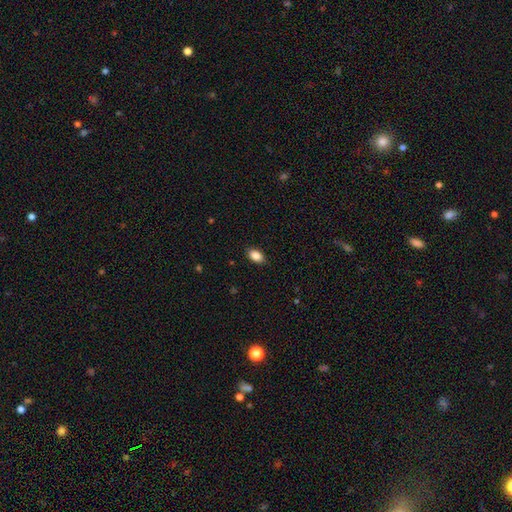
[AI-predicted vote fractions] This appears to be a smooth galaxy with no disk features (88%) that is in between round and cigar-shaped (90%). Merging: none (88%).